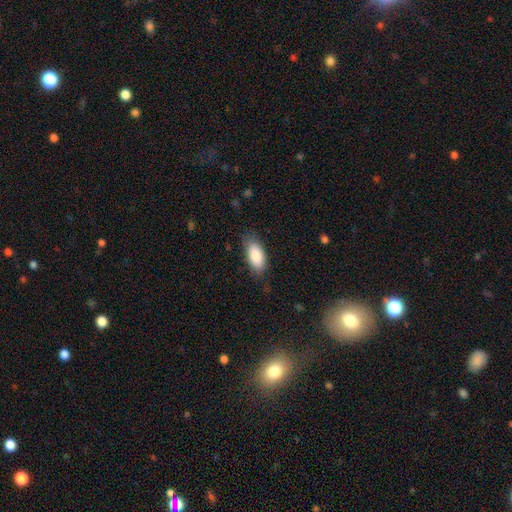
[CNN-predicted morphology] A smooth galaxy with no disk features (86%) that is in between round and cigar-shaped (90%). Merging: none (77%).